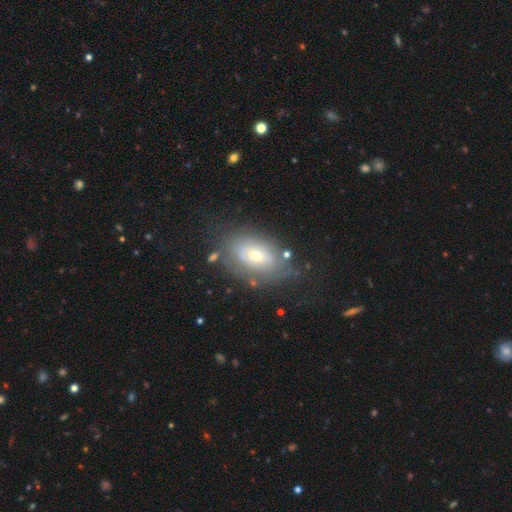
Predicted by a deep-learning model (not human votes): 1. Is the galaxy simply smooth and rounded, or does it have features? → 48% featured or disk, 43% smooth, 10% star or artifact.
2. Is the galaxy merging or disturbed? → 65% none, 21% minor disturbance, 10% major disturbance, 4% merger.